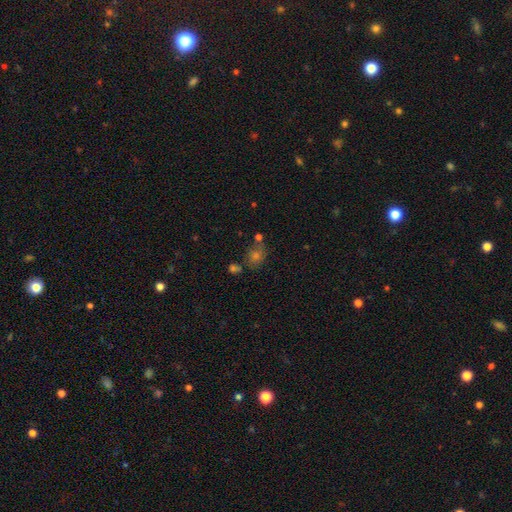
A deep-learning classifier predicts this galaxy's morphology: Smooth or featured: smooth — 54% (star or artifact — 30%)
How rounded: round — 64% (in between — 34%)
Merging: none — 66% (minor disturbance — 15%)